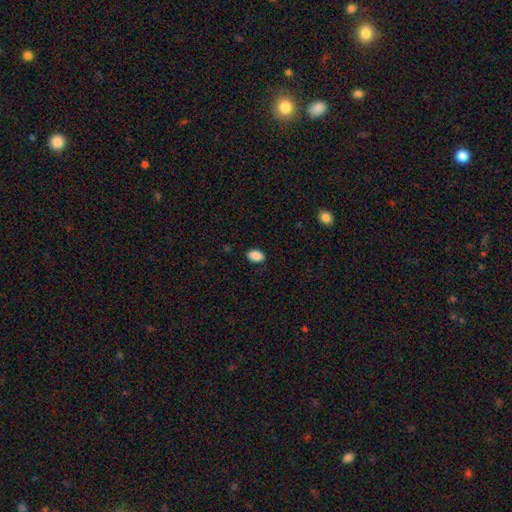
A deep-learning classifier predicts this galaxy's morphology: A smooth galaxy with no disk features (89%) that is in between round and cigar-shaped (86%).

Vote fractions:
- Smooth or featured? smooth: 89% / star or artifact: 8% / featured or disk: 3%
- How rounded? in between: 86% / round: 13% / cigar-shaped: 1%
- Merging? none: 86% / minor disturbance: 10% / major disturbance: 2% / merger: 1%